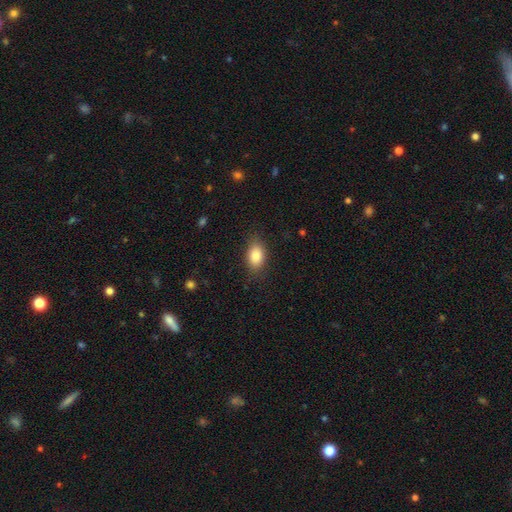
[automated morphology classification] smooth-or-featured: smooth: 85% | star or artifact: 8% | featured or disk: 7%
  how-rounded: in between: 87% | round: 10% | cigar-shaped: 3%
  merging: none: 82% | minor disturbance: 13% | major disturbance: 4% | merger: 1%